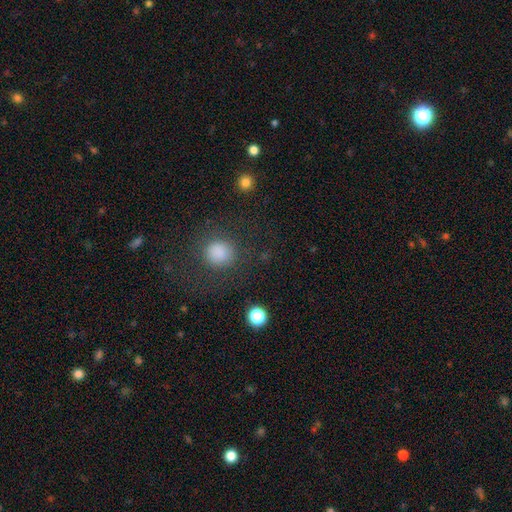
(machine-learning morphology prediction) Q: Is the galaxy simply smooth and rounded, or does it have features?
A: smooth — 59%.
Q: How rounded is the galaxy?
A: round — 85%.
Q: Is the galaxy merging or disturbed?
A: none — 77%.